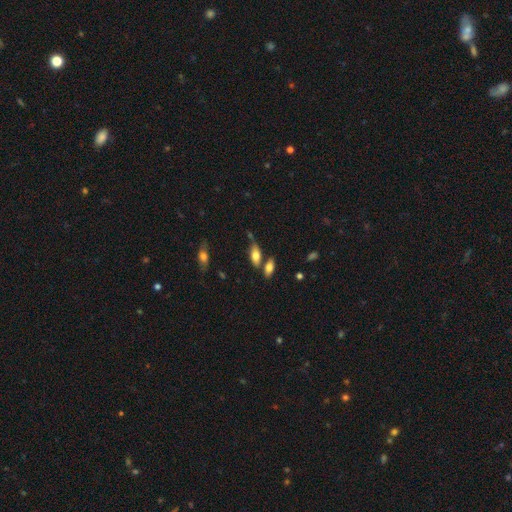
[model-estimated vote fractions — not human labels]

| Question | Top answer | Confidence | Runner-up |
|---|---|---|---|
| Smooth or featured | smooth | 68% | featured or disk (23%) |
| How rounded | in between | 79% | cigar-shaped (16%) |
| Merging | none | 52% | merger (23%) |